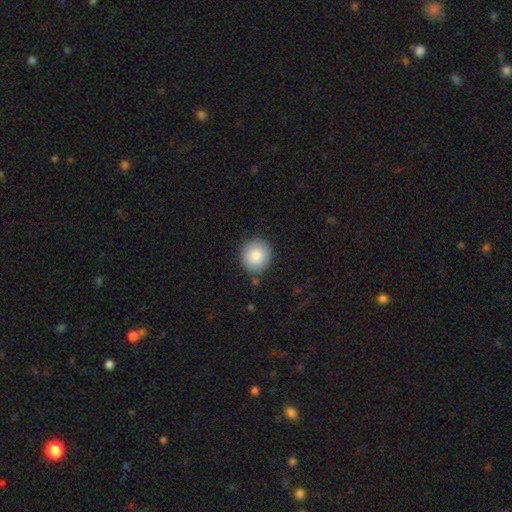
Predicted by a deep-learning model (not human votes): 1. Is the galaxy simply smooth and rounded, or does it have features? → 86% smooth, 7% featured or disk, 7% star or artifact.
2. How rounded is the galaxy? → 86% round, 14% in between, 1% cigar-shaped.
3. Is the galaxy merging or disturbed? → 86% none, 10% minor disturbance, 2% major disturbance, 2% merger.